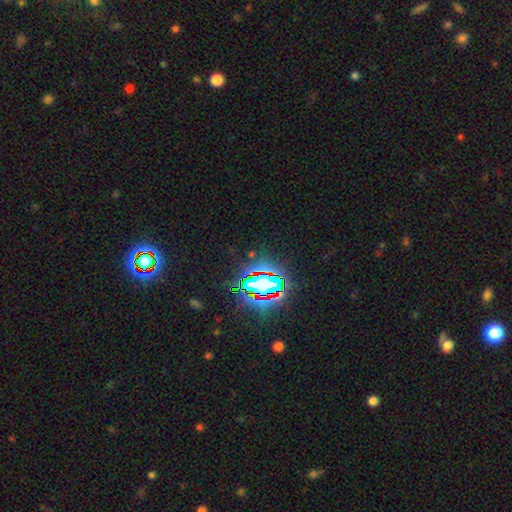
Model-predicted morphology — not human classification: This is clearly a star or artifact rather than a galaxy (83%).